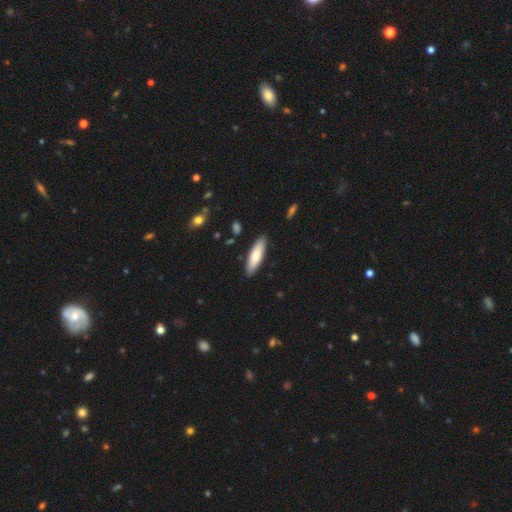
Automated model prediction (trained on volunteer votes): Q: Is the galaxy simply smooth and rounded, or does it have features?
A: smooth — 75%.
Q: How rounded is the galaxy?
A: cigar-shaped — 59%.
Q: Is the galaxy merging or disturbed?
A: none — 88%.